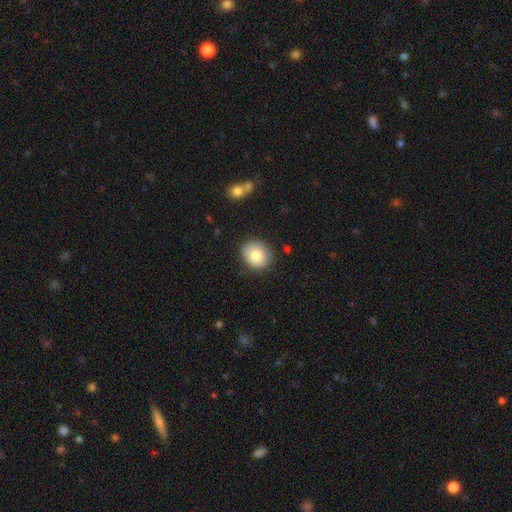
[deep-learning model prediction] Smooth or featured: smooth — 81% (featured or disk — 10%)
How rounded: round — 72% (in between — 28%)
Merging: none — 82% (minor disturbance — 13%)